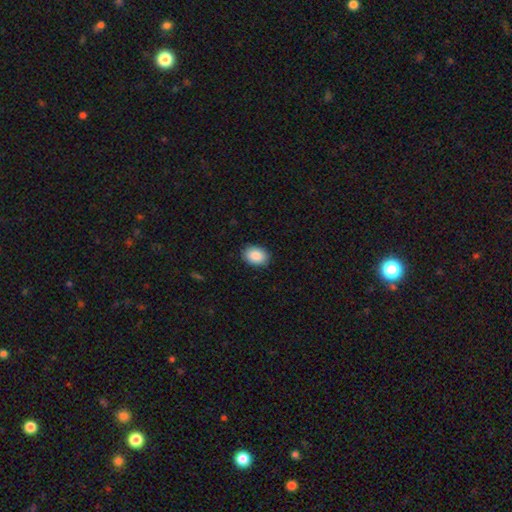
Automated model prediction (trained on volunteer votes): Smooth or featured? smooth (88%)
How rounded? in between (75%)
Merging? none (89%)